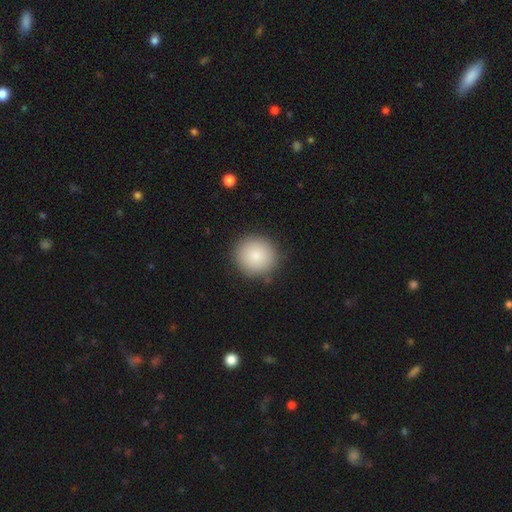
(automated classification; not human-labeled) This is clearly a smooth galaxy (86%). How rounded: clearly round (93%). Merging: clearly none (88%).